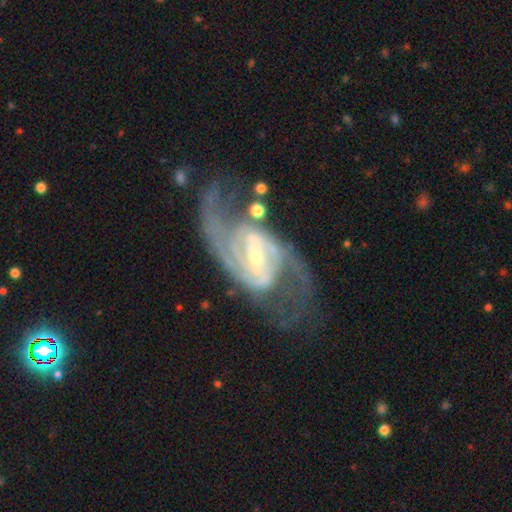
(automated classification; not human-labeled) The model was most divided on "bar": weak: 44%, strong: 35%, no: 21%. More confident: spiral arms — yes (98%); edge-on disk — no (97%); smooth or featured — featured or disk (91%); spiral arm count — 2 (81%); bulge size — small (71%); merging — none (61%); spiral winding — medium (55%).